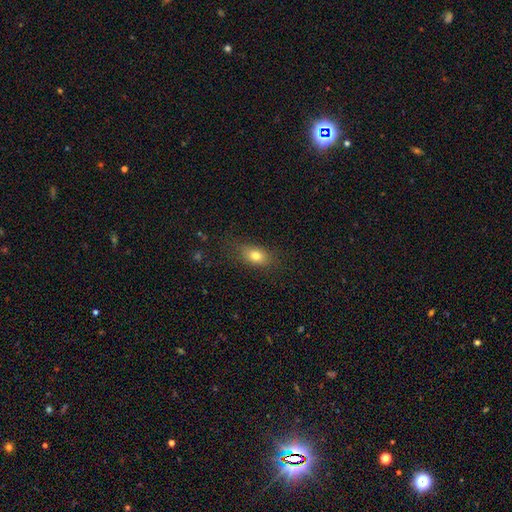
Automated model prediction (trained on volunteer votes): Smooth or featured? smooth (77%)
How rounded? in between (79%)
Merging? none (79%)